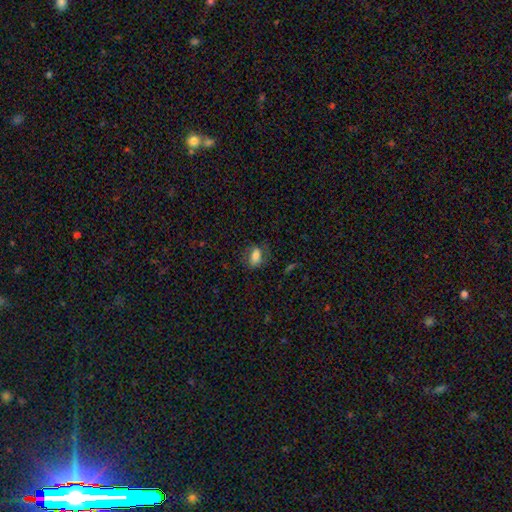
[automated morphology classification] Overall: smooth (77%). How rounded: in between (83%). Merging: none (69%).